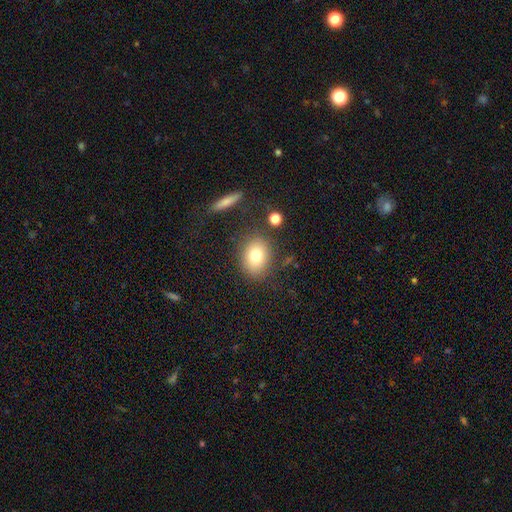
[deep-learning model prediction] Smooth or featured? Predicted: smooth (p=0.78). How rounded? Predicted: in between (p=0.54). Merging? Predicted: none (p=0.81).